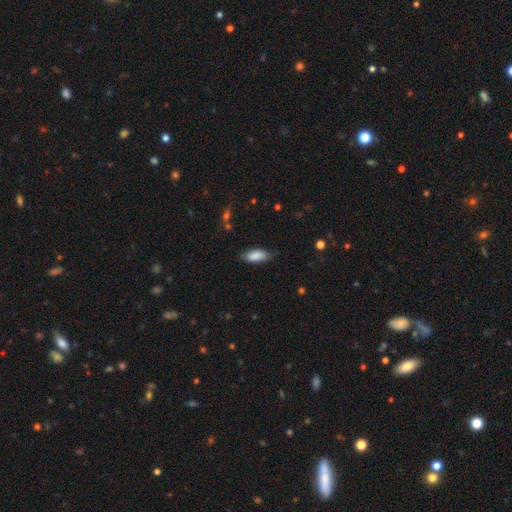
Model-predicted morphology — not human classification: smooth 86%, featured or disk 8%, star or artifact 6%. Down the decision tree: how rounded — in between (82%); merging — none (78%).